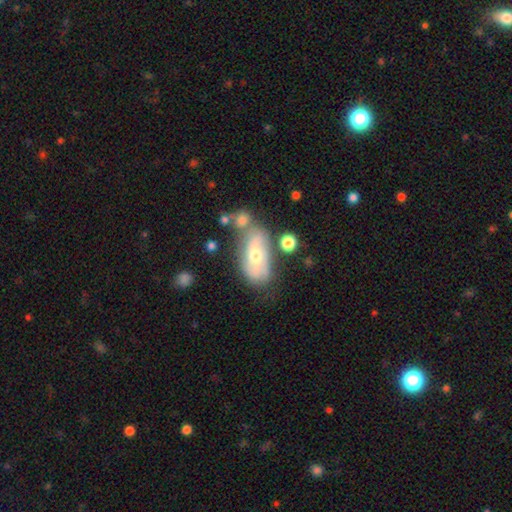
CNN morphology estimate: Smooth or featured? Predicted: featured or disk (p=0.49). Merging? Predicted: none (p=0.46).